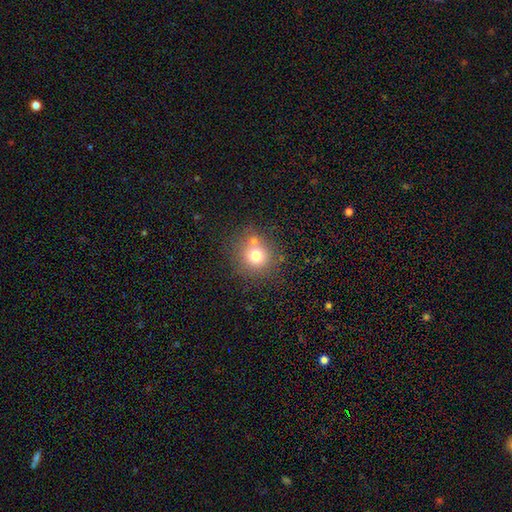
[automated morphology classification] Smooth or featured? Predicted: smooth (p=0.74). How rounded? Predicted: round (p=0.85). Merging? Predicted: none (p=0.63).